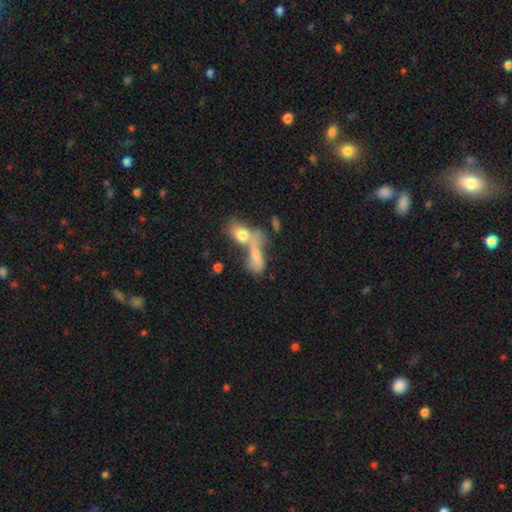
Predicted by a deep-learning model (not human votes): Q: Smooth or featured?
A: smooth (67%); runner-up: featured or disk (22%)
Q: How rounded?
A: in between (74%); runner-up: cigar-shaped (16%)
Q: Merging?
A: merger (65%); runner-up: none (16%)